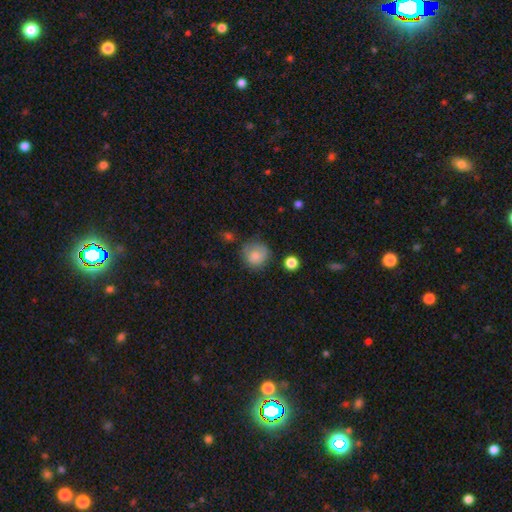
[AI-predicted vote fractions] Smooth or featured? Predicted: smooth (p=0.77). How rounded? Predicted: round (p=0.87). Merging? Predicted: none (p=0.63).